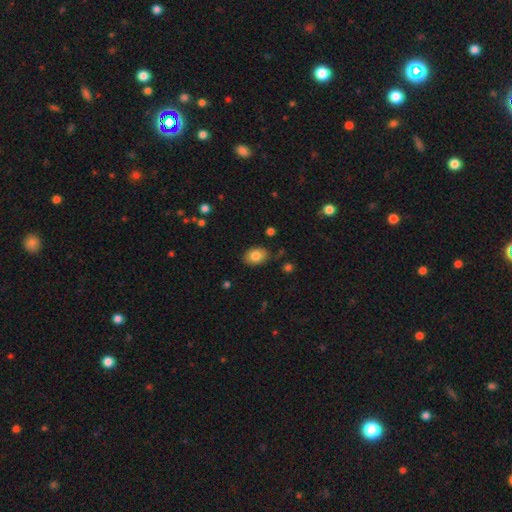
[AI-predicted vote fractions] Smooth or featured: smooth — 82% (featured or disk — 10%)
How rounded: in between — 77% (round — 22%)
Merging: none — 83% (minor disturbance — 13%)